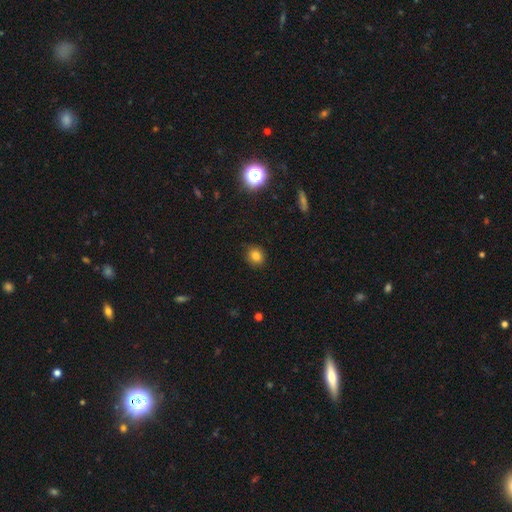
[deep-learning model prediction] A smooth galaxy with no disk features (81%) that is round (77%). Merging: none (85%).